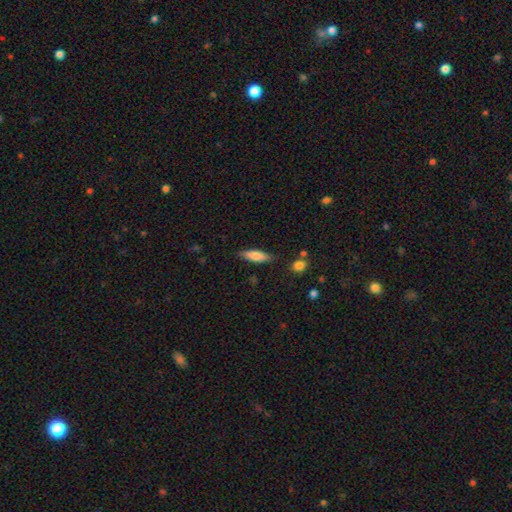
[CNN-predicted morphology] A smooth galaxy with no disk features (75%) that is cigar-shaped (52%). Merging: none (82%).